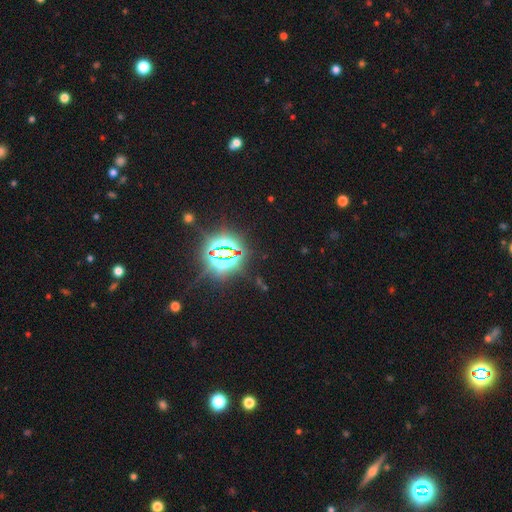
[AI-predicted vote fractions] Smooth or featured: star or artifact — 85% (smooth — 9%)